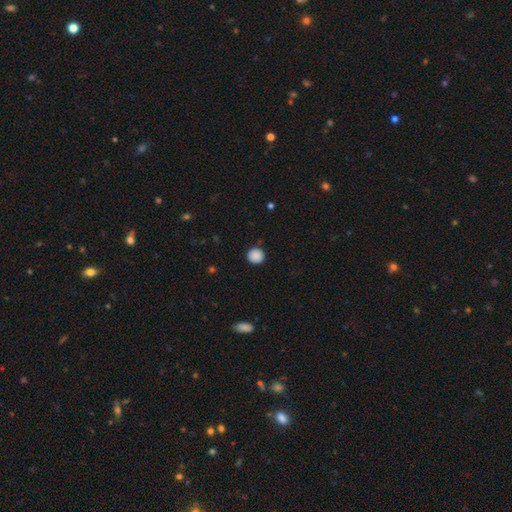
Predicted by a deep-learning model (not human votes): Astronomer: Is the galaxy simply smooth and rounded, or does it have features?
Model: smooth — 88%.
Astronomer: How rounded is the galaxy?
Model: round — 93%.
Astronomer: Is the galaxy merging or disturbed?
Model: none — 90%.